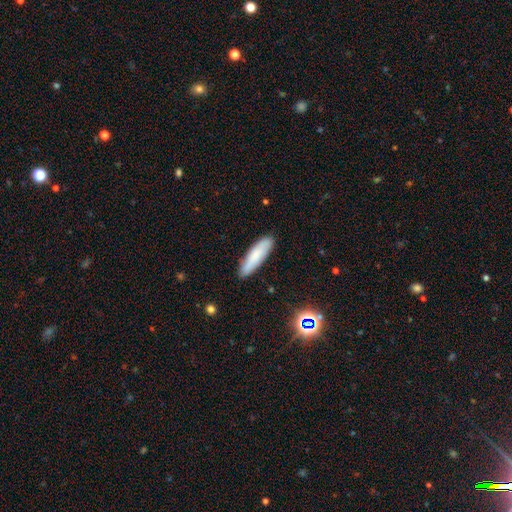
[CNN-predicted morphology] Overall: smooth (77%). How rounded: cigar-shaped (71%). Merging: none (87%).